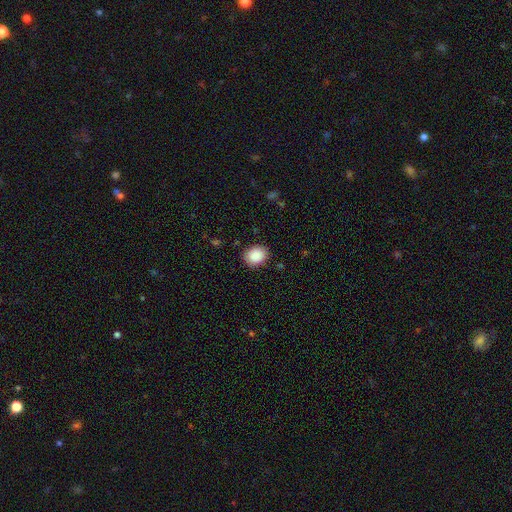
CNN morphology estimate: This appears to be a smooth galaxy with no disk features (88%) that is round (54%). Merging: none (86%).